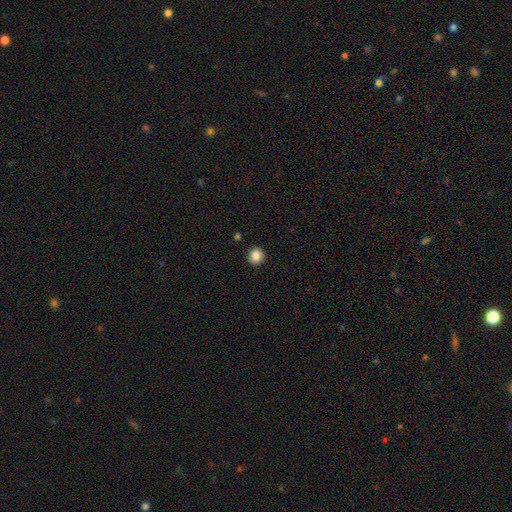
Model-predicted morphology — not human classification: Overall: smooth (86%). How rounded: round (90%). Merging: none (92%).